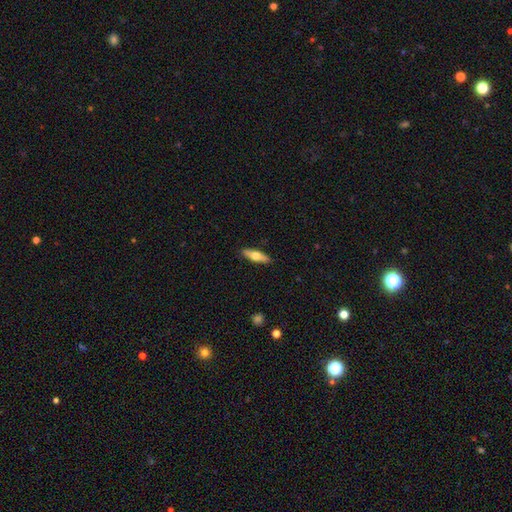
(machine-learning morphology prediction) smooth-or-featured: smooth: 53% | featured or disk: 41% | star or artifact: 6%
  how-rounded: cigar-shaped: 52% | in between: 45% | round: 3%
  merging: none: 90% | minor disturbance: 8% | major disturbance: 2% | merger: 1%